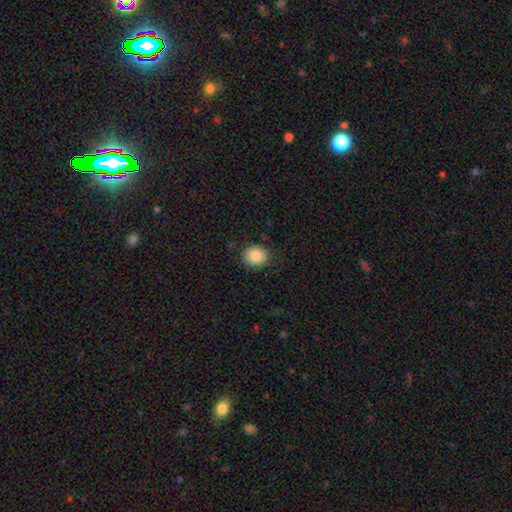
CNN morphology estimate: smooth-or-featured: smooth: 85% | star or artifact: 9% | featured or disk: 6%
  how-rounded: round: 74% | in between: 25% | cigar-shaped: 1%
  merging: none: 85% | minor disturbance: 11% | major disturbance: 3% | merger: 1%